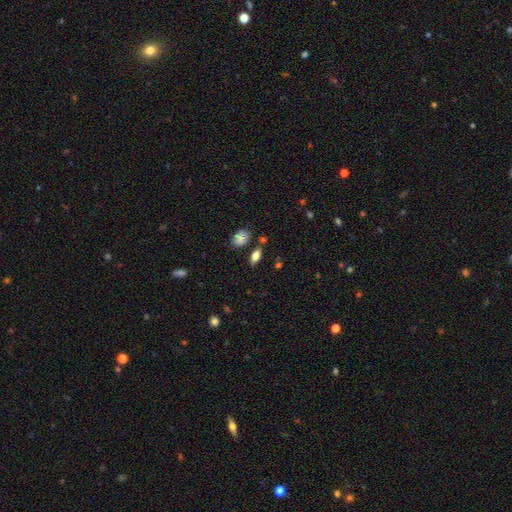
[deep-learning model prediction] Smooth or featured? Predicted: smooth (p=0.77). How rounded? Predicted: in between (p=0.86). Merging? Predicted: none (p=0.79).